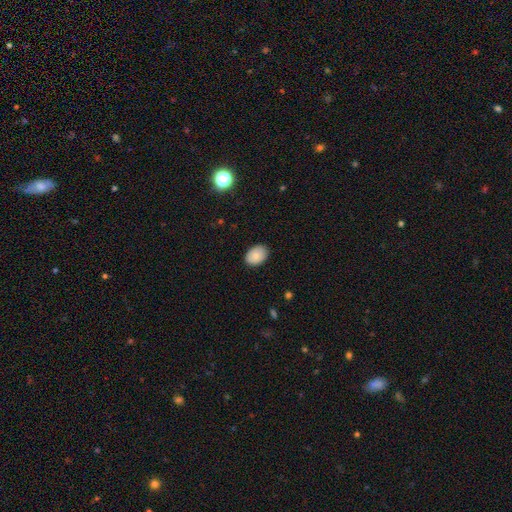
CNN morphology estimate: This is clearly a smooth galaxy (80%). How rounded: likely in between (80%). Merging: clearly none (86%).